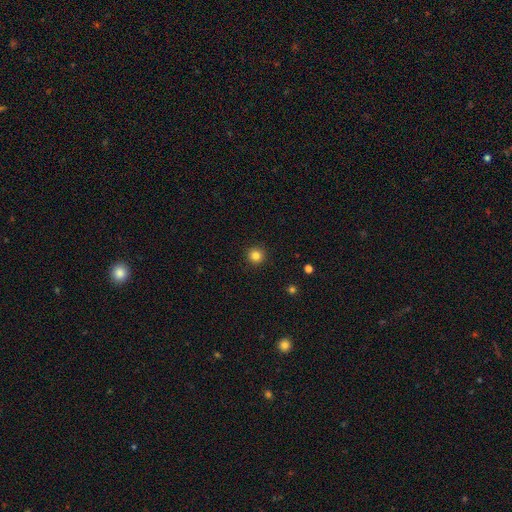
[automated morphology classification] smooth_or_featured: smooth (p=0.83) [alt: star or artifact p=0.12]
how_rounded: round (p=0.96) [alt: in between p=0.03]
merging: none (p=0.92) [alt: minor disturbance p=0.05]